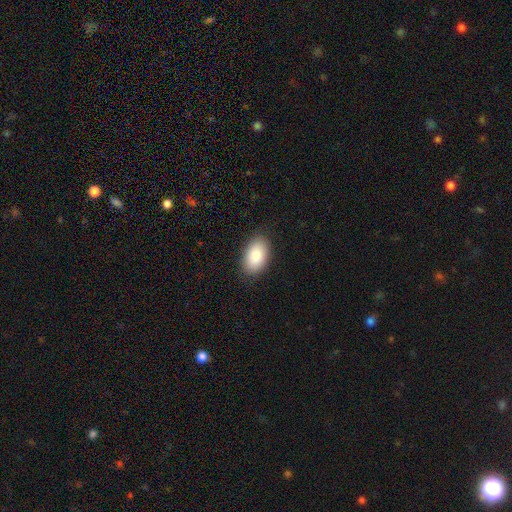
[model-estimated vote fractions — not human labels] Smooth or featured: smooth — 88% (star or artifact — 6%)
How rounded: in between — 94% (round — 4%)
Merging: none — 87% (minor disturbance — 10%)